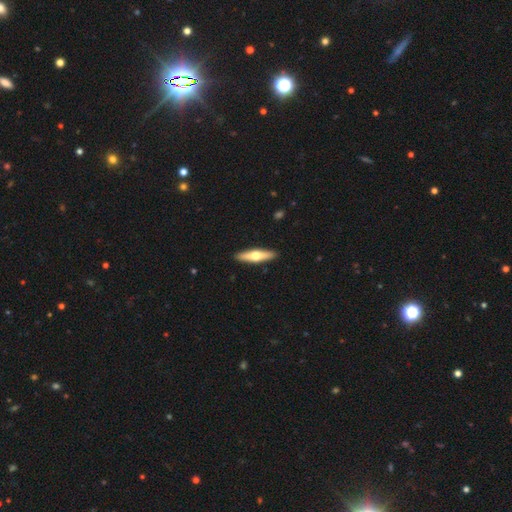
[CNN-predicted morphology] Smooth or featured?
  - featured or disk: 50% *
  - smooth: 46%
  - star or artifact: 5%
Merging?
  - none: 91% *
  - minor disturbance: 6%
  - major disturbance: 1%
  - merger: 1%